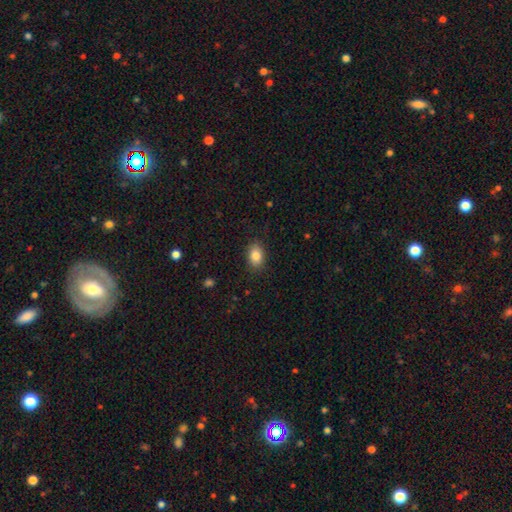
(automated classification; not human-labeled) A smooth galaxy with no disk features (86%) that is in between round and cigar-shaped (83%). Merging: none (86%).